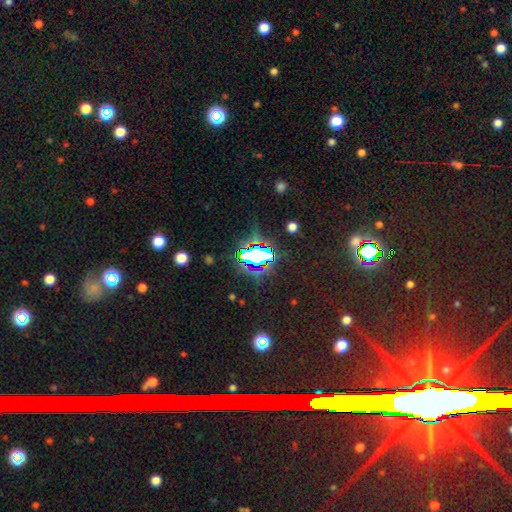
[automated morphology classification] Q: Smooth or featured?
A: star or artifact (69%); runner-up: smooth (19%)